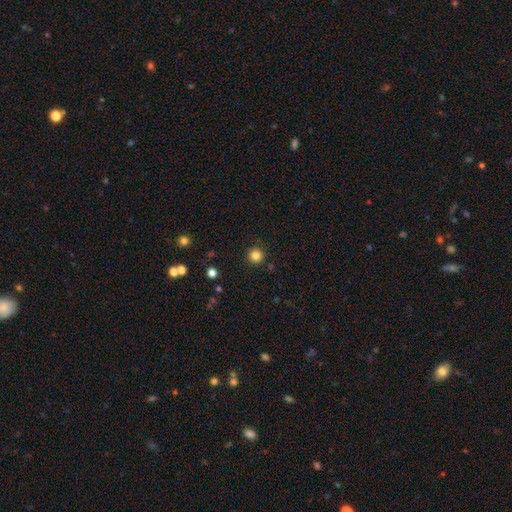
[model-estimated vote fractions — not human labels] The model was most divided on "smooth or featured": smooth: 83%, star or artifact: 12%, featured or disk: 4%. More confident: how rounded — round (95%); merging — none (91%).